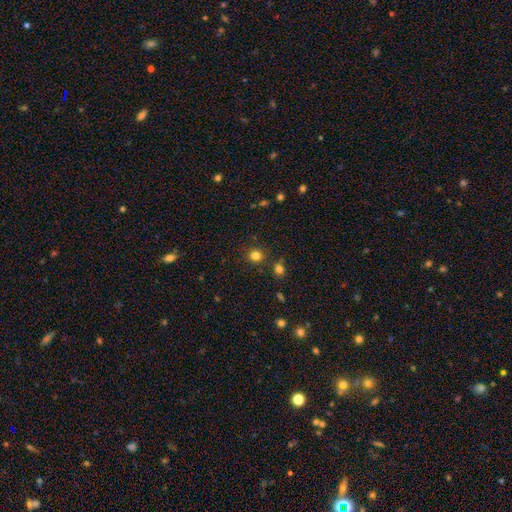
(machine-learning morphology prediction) Overall: smooth (80%). How rounded: round (88%). Merging: none (84%).